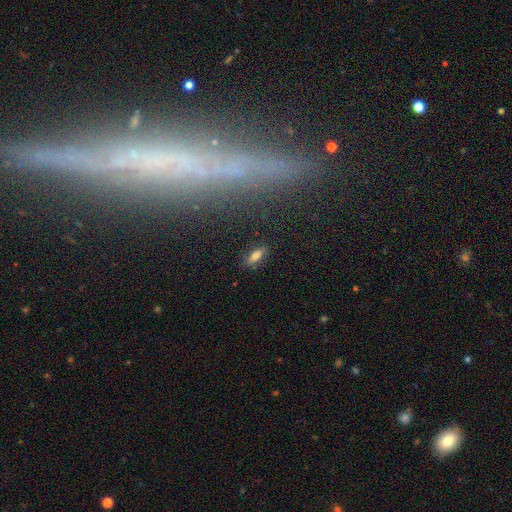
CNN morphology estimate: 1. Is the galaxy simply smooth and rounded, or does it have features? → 77% smooth, 13% featured or disk, 11% star or artifact.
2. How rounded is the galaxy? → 69% in between, 28% cigar-shaped, 3% round.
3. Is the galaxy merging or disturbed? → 85% none, 10% minor disturbance, 3% major disturbance, 2% merger.